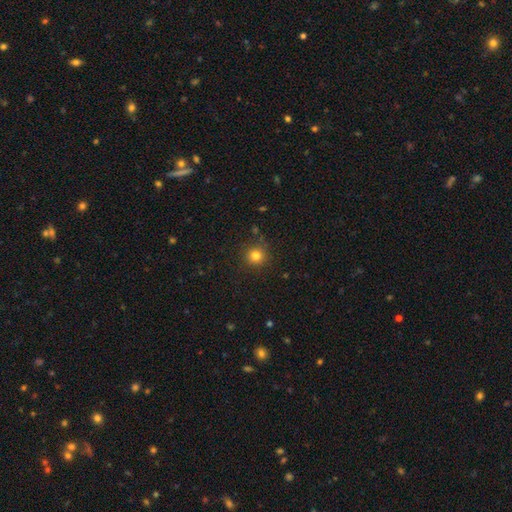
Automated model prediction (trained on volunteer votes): Q: Smooth or featured?
A: smooth (81%); runner-up: star or artifact (13%)
Q: How rounded?
A: round (94%); runner-up: in between (5%)
Q: Merging?
A: none (86%); runner-up: minor disturbance (9%)